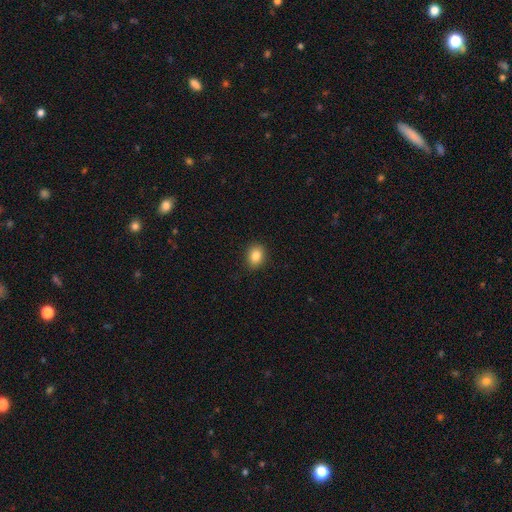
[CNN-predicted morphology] smooth-or-featured: smooth: 84% | star or artifact: 10% | featured or disk: 7%
  how-rounded: in between: 55% | round: 44% | cigar-shaped: 1%
  merging: none: 89% | minor disturbance: 8% | major disturbance: 2% | merger: 1%